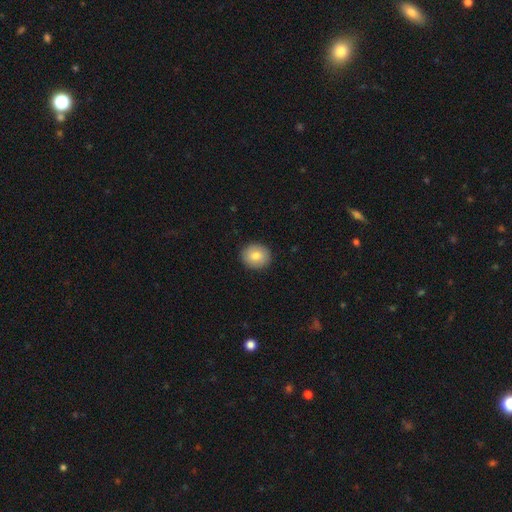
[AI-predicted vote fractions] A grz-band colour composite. It shows a smooth galaxy with no disk features (83%) that is round (80%). Merging: none (91%).